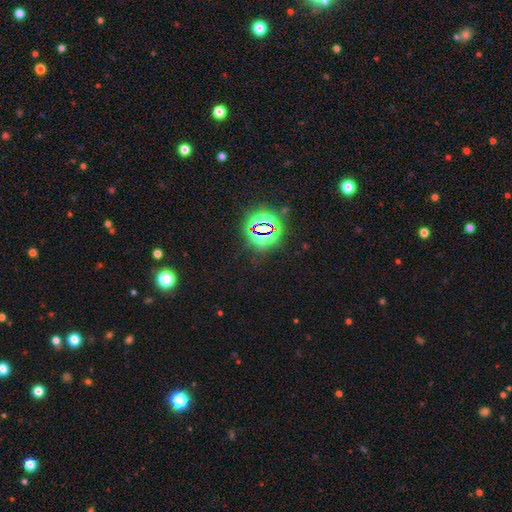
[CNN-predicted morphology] Smooth or featured? star or artifact (77%)